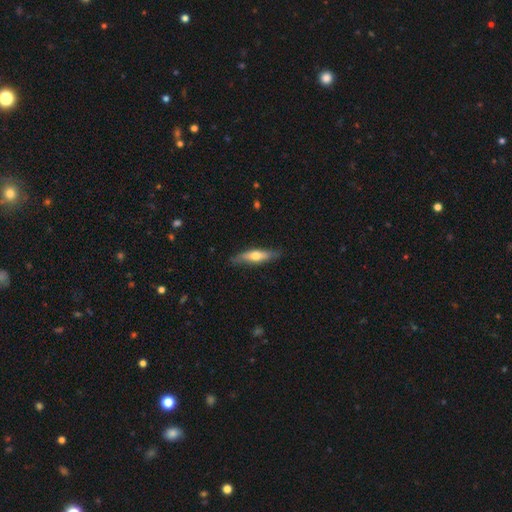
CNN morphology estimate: Smooth or featured?
  - smooth: 48% *
  - featured or disk: 46%
  - star or artifact: 5%
Merging?
  - none: 78% *
  - minor disturbance: 18%
  - major disturbance: 3%
  - merger: 1%